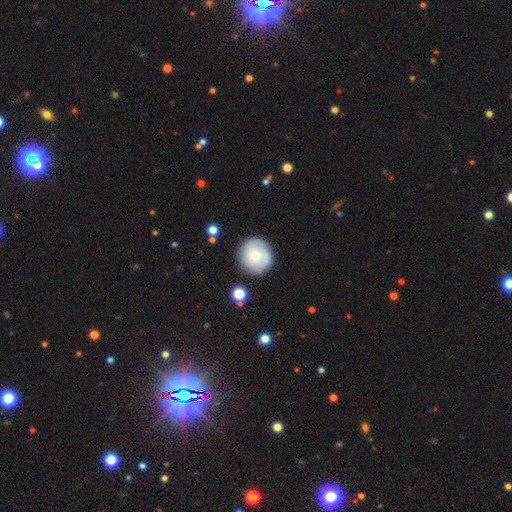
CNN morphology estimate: Overall: smooth (63%; featured or disk 30%). How rounded: round (94%). Merging: none (83%).